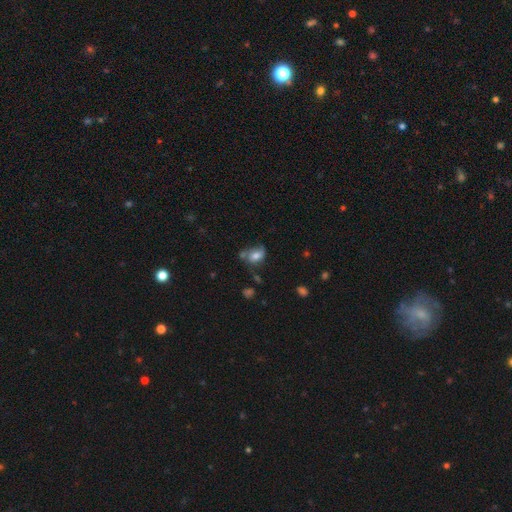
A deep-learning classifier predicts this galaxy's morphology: smooth_or_featured: smooth (p=0.64) [alt: featured or disk p=0.25]
how_rounded: in between (p=0.75) [alt: round p=0.23]
merging: none (p=0.39) [alt: minor disturbance p=0.26]